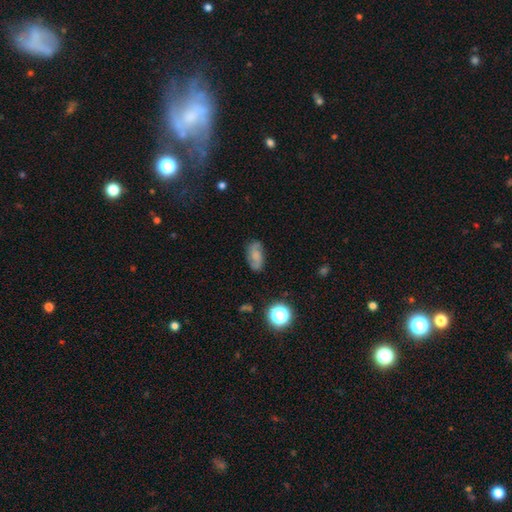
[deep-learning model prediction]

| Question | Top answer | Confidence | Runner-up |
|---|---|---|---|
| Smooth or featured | featured or disk | 51% | smooth (38%) |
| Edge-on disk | no | 95% | yes (5%) |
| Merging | none | 76% | minor disturbance (17%) |